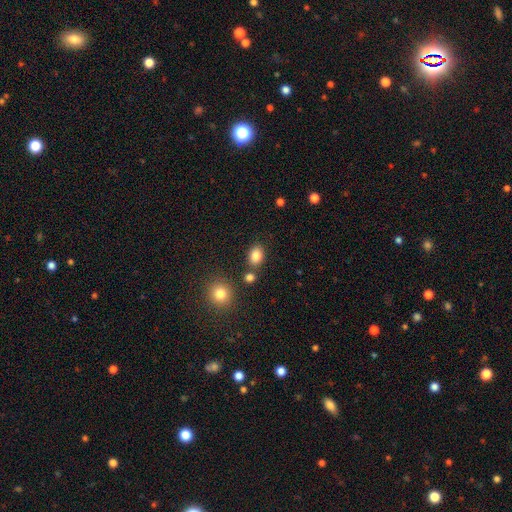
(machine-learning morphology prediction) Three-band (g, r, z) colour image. It shows a smooth galaxy with no disk features (84%) that is in between round and cigar-shaped (67%). Merging: none (78%).